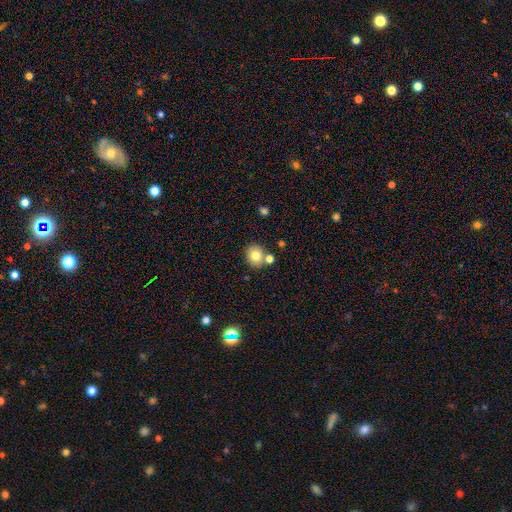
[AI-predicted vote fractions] This appears to be a smooth galaxy with no disk features (78%) that is round (78%). Merging: none (70%).